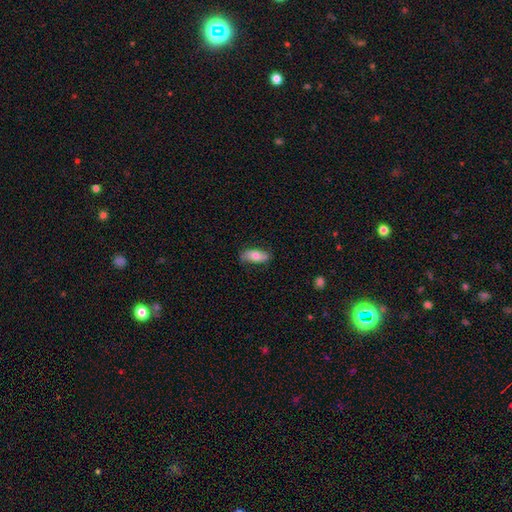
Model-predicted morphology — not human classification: smooth-or-featured: smooth: 73% | featured or disk: 21% | star or artifact: 6%
  how-rounded: in between: 82% | cigar-shaped: 15% | round: 3%
  merging: none: 80% | minor disturbance: 16% | major disturbance: 3% | merger: 1%